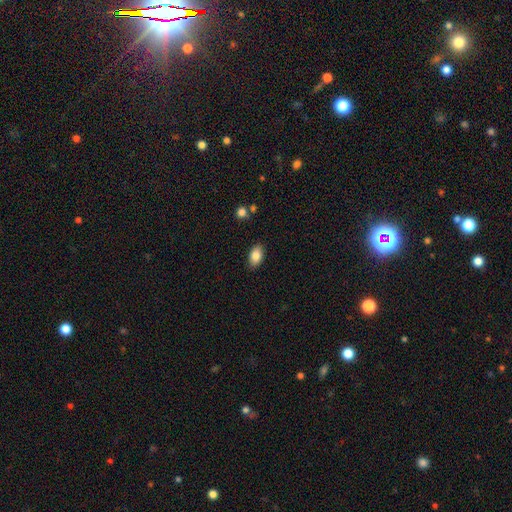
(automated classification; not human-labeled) The model was most divided on "merging": none: 86%, minor disturbance: 10%, major disturbance: 2%, merger: 1%. More confident: how rounded — in between (91%); smooth or featured — smooth (85%).